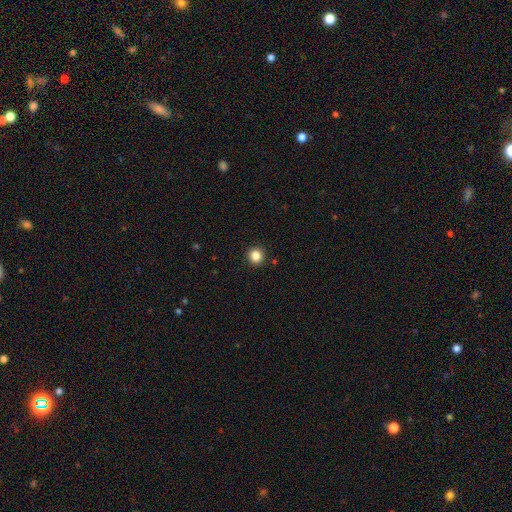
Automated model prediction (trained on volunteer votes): The model was most divided on "smooth or featured": smooth: 85%, star or artifact: 11%, featured or disk: 4%. More confident: how rounded — round (93%); merging — none (92%).